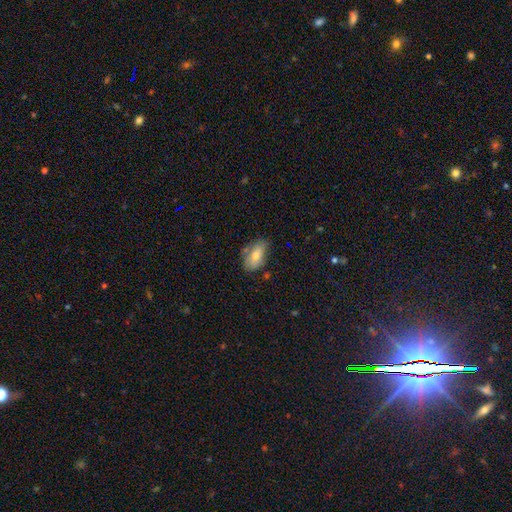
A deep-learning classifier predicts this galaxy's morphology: Q: Smooth or featured?
A: smooth (74%); runner-up: featured or disk (19%)
Q: How rounded?
A: in between (90%); runner-up: cigar-shaped (5%)
Q: Merging?
A: none (57%); runner-up: minor disturbance (29%)